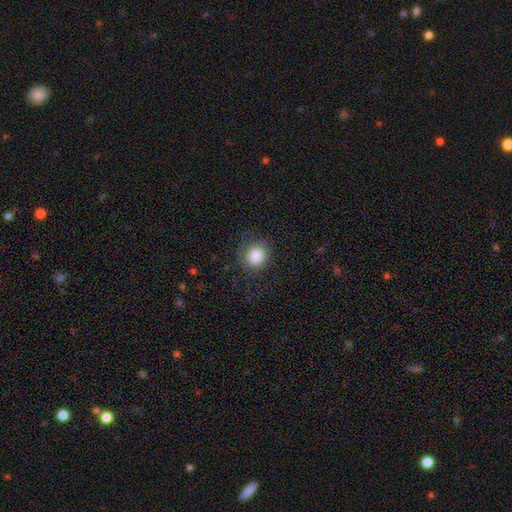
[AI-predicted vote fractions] A smooth galaxy with no disk features (86%) that is round (85%).

Vote fractions:
- Smooth or featured? smooth: 86% / star or artifact: 8% / featured or disk: 6%
- How rounded? round: 85% / in between: 14% / cigar-shaped: 1%
- Merging? none: 75% / minor disturbance: 16% / major disturbance: 9% / merger: 1%